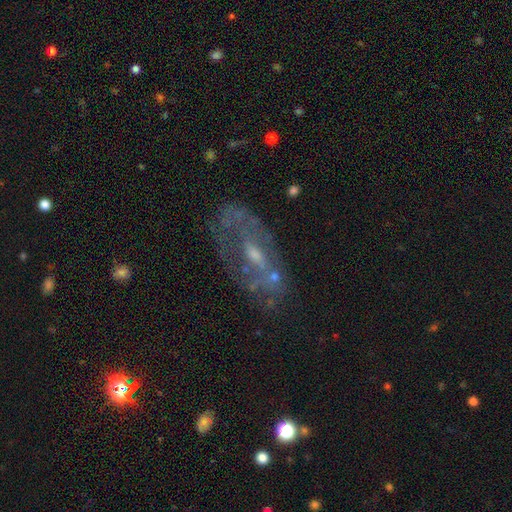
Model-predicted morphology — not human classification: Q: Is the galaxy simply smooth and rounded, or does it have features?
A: featured or disk — 70%.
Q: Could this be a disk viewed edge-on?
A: no — 90%.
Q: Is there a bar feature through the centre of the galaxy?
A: no — 52%.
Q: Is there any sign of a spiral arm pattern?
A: no — 53%.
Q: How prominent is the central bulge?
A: small — 45%, tied with moderate.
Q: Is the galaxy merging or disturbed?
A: none — 57%.